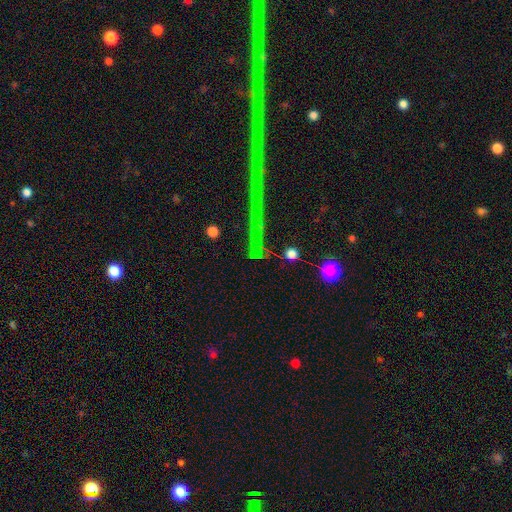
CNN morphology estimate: type=star or artifact (65%).